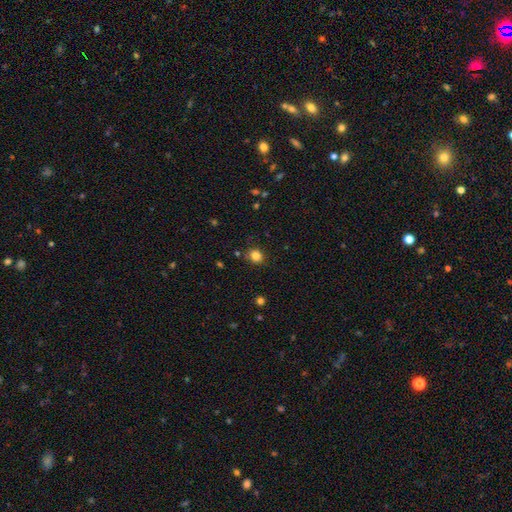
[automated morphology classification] Smooth or featured: smooth — 83% (star or artifact — 12%)
How rounded: round — 75% (in between — 25%)
Merging: none — 84% (minor disturbance — 11%)